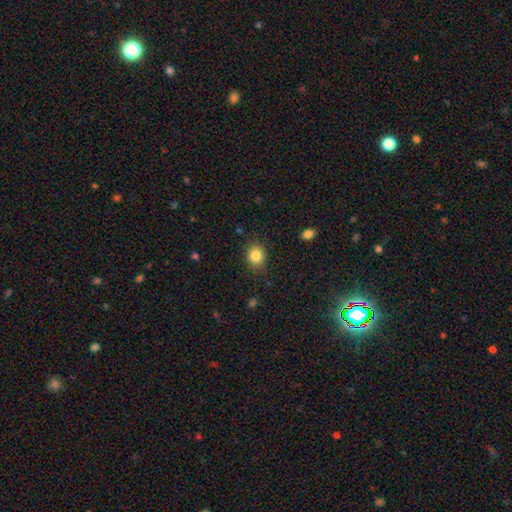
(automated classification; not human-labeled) Overall: smooth (84%). How rounded: round (64%; in between 35%). Merging: none (84%).